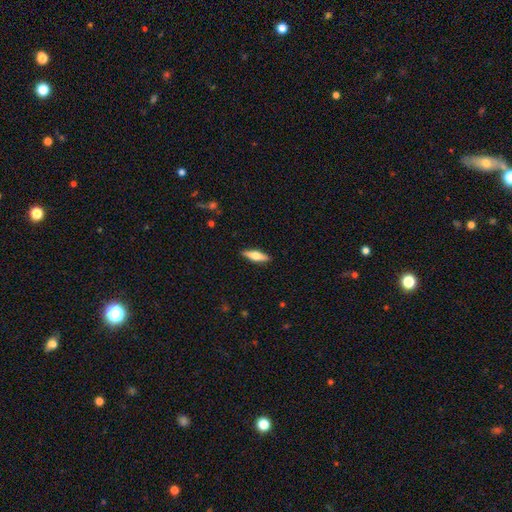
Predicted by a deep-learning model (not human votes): Morphology: type=smooth (52%); roundness=cigar-shaped (60%); merging=none (90%).